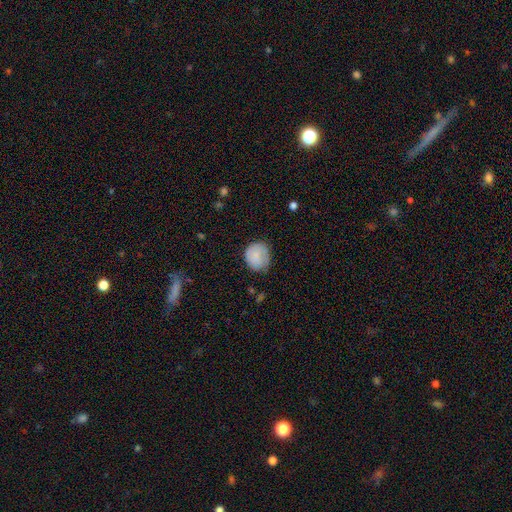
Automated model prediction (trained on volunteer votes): Overall: smooth (81%). How rounded: round (79%). Merging: none (70%).